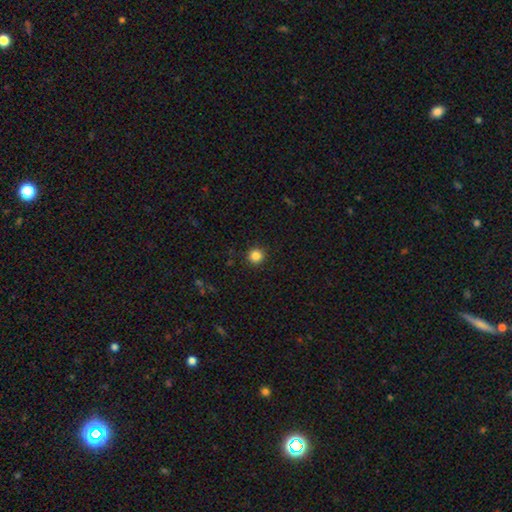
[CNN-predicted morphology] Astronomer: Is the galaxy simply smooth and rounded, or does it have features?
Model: smooth — 85%.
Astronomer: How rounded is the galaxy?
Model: round — 95%.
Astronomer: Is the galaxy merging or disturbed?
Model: none — 93%.